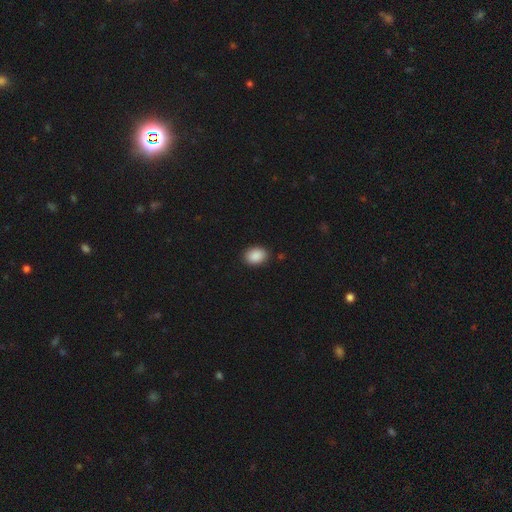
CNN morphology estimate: This is clearly a smooth galaxy (90%). How rounded: likely in between (69%). Merging: clearly none (88%).